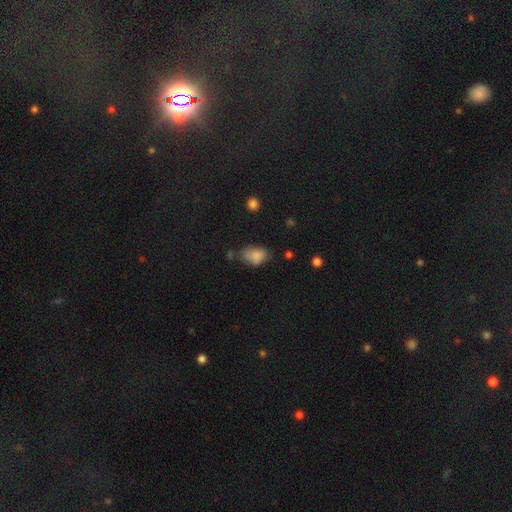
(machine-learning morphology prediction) Overall: smooth (80%). How rounded: in between (87%). Merging: none (46%; minor disturbance 32%).